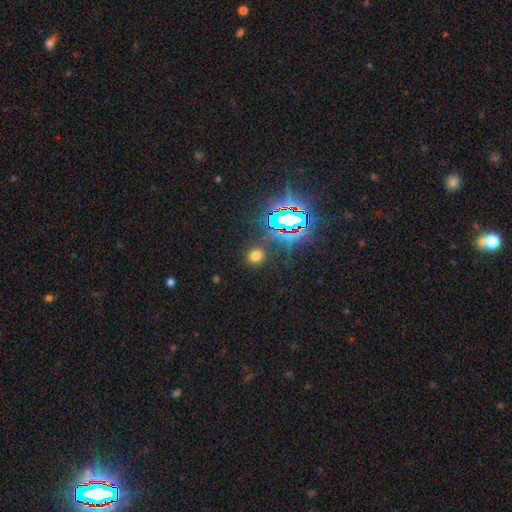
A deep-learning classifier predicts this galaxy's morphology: This is likely a smooth galaxy (62%). How rounded: clearly round (81%). Merging: clearly none (86%).